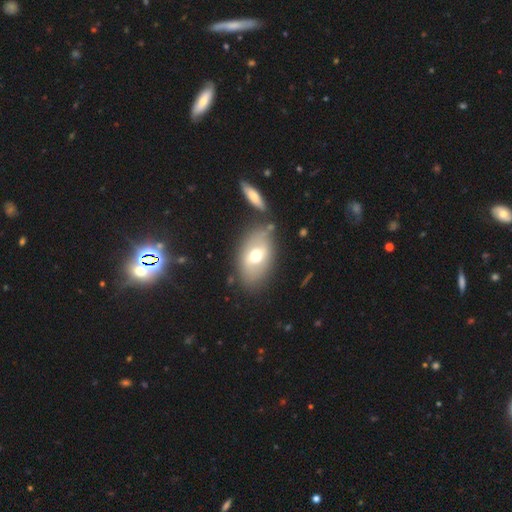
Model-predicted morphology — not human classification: smooth 57%, featured or disk 35%, star or artifact 8%. Down the decision tree: how rounded — in between (86%); merging — none (70%).